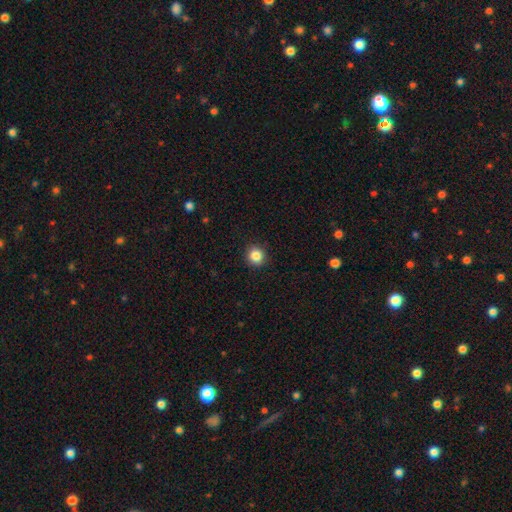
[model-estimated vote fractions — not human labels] Smooth or featured: smooth — 86% (star or artifact — 10%)
How rounded: round — 90% (in between — 9%)
Merging: none — 92% (minor disturbance — 6%)